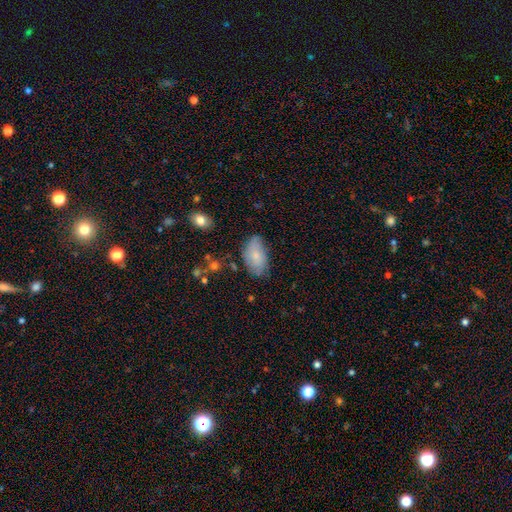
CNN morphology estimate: Q: Smooth or featured?
A: smooth (74%); runner-up: featured or disk (19%)
Q: How rounded?
A: in between (94%); runner-up: round (5%)
Q: Merging?
A: none (69%); runner-up: minor disturbance (24%)